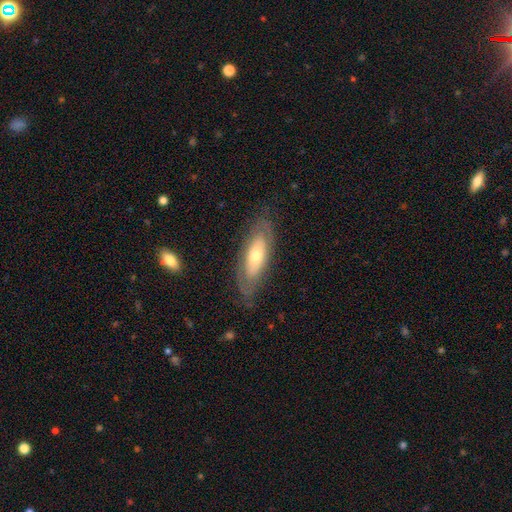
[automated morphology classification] Smooth or featured? featured or disk (50%)
Edge-on disk? no (74%)
Merging? none (75%)